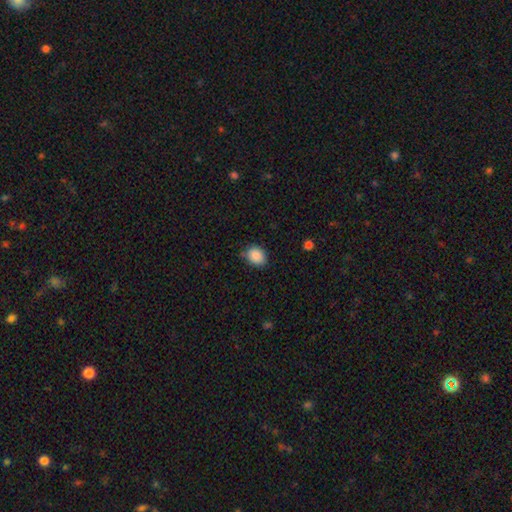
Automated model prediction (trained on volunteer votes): Smooth or featured: smooth — 88% (star or artifact — 8%)
How rounded: in between — 51% (round — 48%)
Merging: none — 77% (minor disturbance — 18%)